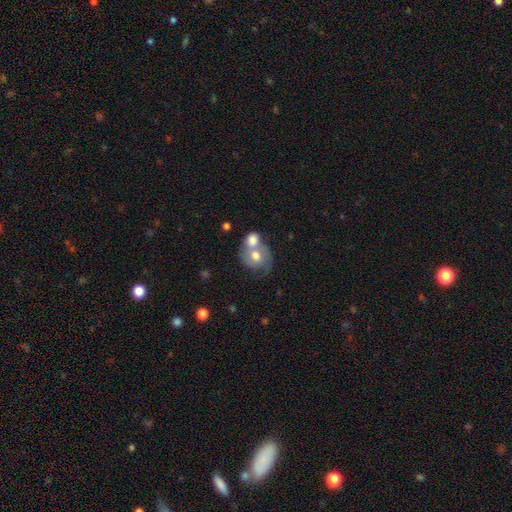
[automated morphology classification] Smooth or featured: smooth — 55% (featured or disk — 38%)
How rounded: round — 61% (in between — 38%)
Merging: merger — 65% (none — 19%)